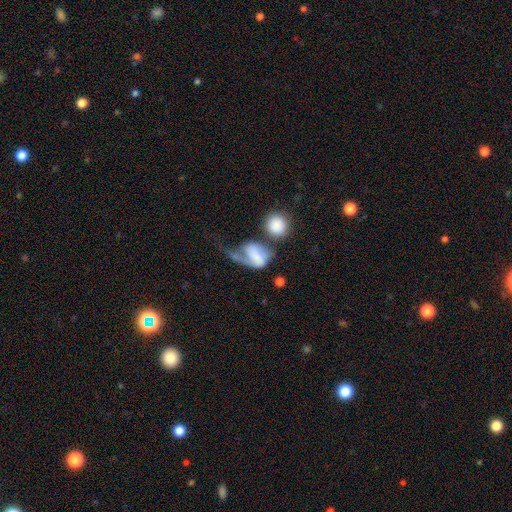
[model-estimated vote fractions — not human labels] Overall: smooth (56%; featured or disk 36%). How rounded: in between (72%). Merging: major disturbance (41%; merger 30%).